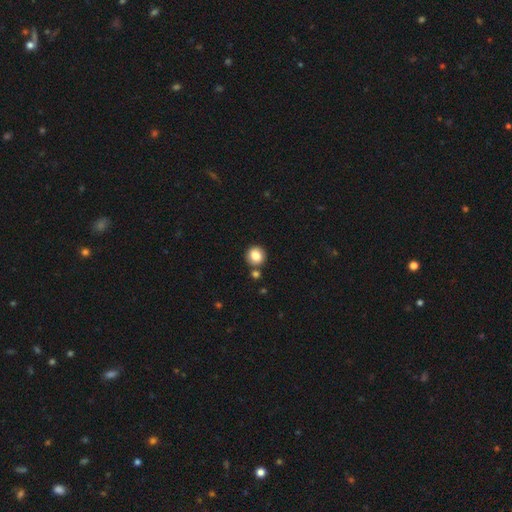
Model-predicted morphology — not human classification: smooth_or_featured: smooth (p=0.85) [alt: star or artifact p=0.09]
how_rounded: round (p=0.86) [alt: in between p=0.13]
merging: none (p=0.76) [alt: merger p=0.12]